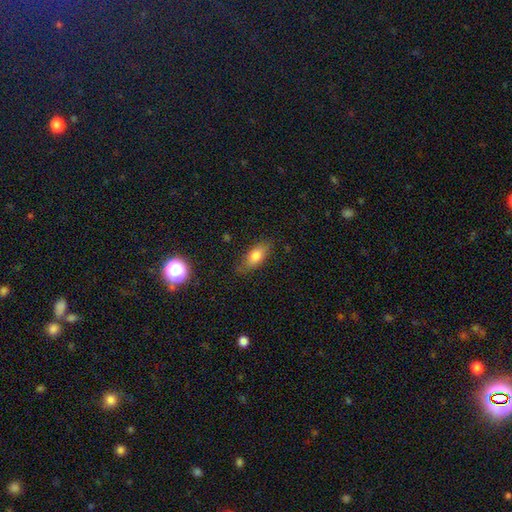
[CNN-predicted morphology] Smooth or featured? Predicted: smooth (p=0.75). How rounded? Predicted: in between (p=0.82). Merging? Predicted: none (p=0.78).